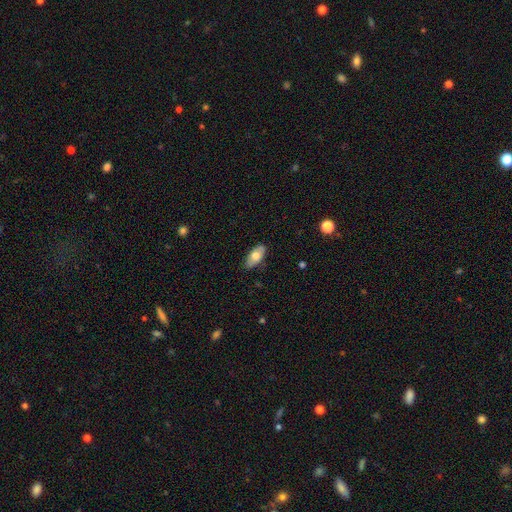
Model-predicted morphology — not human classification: Smooth or featured: smooth — 66% (featured or disk — 27%)
How rounded: in between — 91% (cigar-shaped — 6%)
Merging: none — 84% (minor disturbance — 12%)